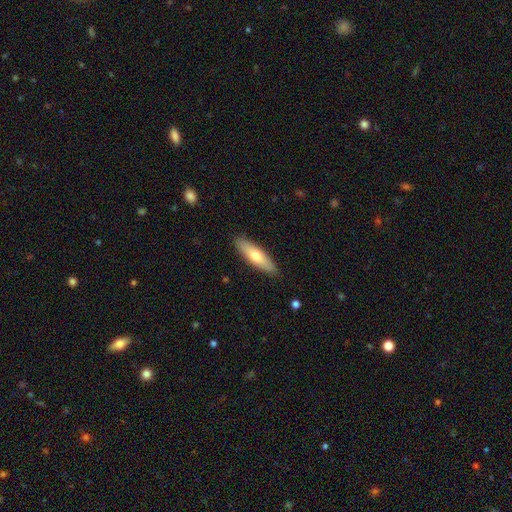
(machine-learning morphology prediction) smooth_or_featured: smooth (p=0.62) [alt: featured or disk p=0.33]
how_rounded: cigar-shaped (p=0.61) [alt: in between p=0.37]
merging: none (p=0.89) [alt: minor disturbance p=0.08]